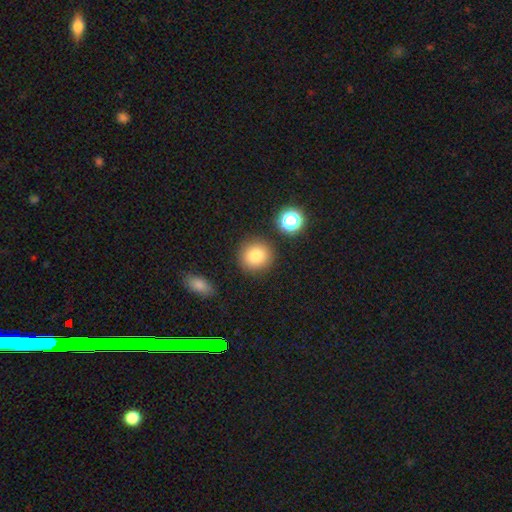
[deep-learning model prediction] The model was most divided on "smooth or featured": smooth: 80%, star or artifact: 11%, featured or disk: 9%. More confident: how rounded — round (92%); merging — none (86%).